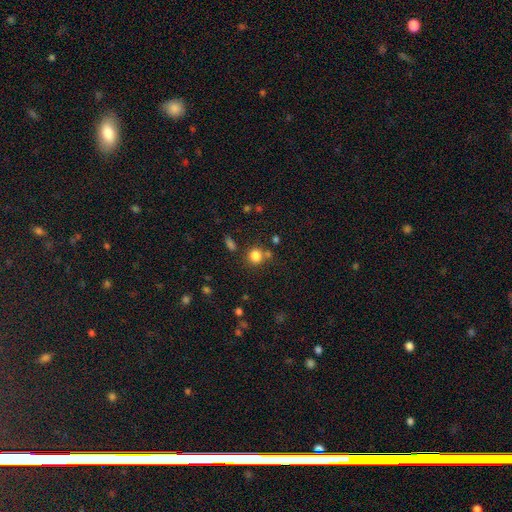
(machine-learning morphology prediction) This appears to be a smooth galaxy with no disk features (81%) that is round (87%). Merging: none (70%).